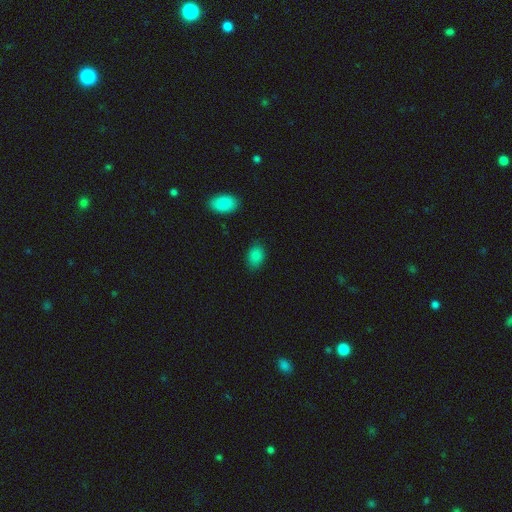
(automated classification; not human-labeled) A smooth galaxy with no disk features (86%) that is in between round and cigar-shaped (80%).

Vote fractions:
- Smooth or featured? smooth: 86% / star or artifact: 10% / featured or disk: 4%
- How rounded? in between: 80% / round: 19% / cigar-shaped: 1%
- Merging? none: 82% / minor disturbance: 13% / major disturbance: 3% / merger: 2%